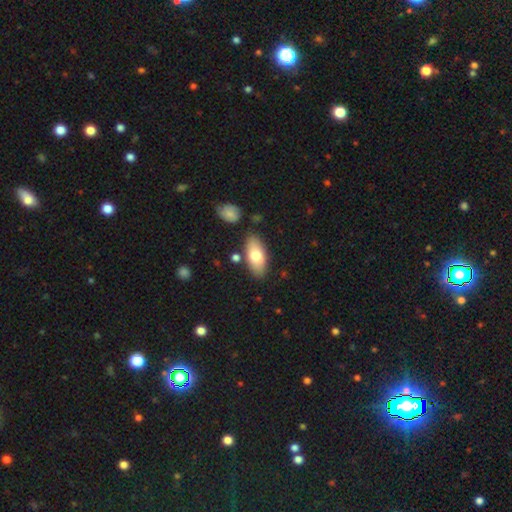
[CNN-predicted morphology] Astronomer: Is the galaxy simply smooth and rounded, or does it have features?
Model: smooth — 73%.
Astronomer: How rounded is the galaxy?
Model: in between — 87%.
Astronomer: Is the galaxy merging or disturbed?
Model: none — 81%.